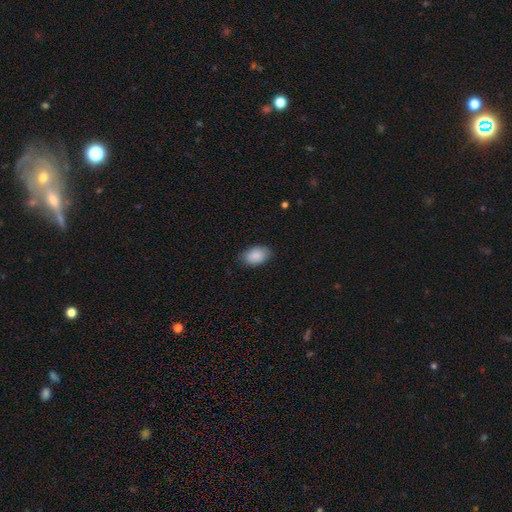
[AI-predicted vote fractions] smooth-or-featured: smooth: 88% | star or artifact: 7% | featured or disk: 6%
  how-rounded: in between: 89% | round: 9% | cigar-shaped: 1%
  merging: none: 80% | minor disturbance: 16% | major disturbance: 3% | merger: 1%